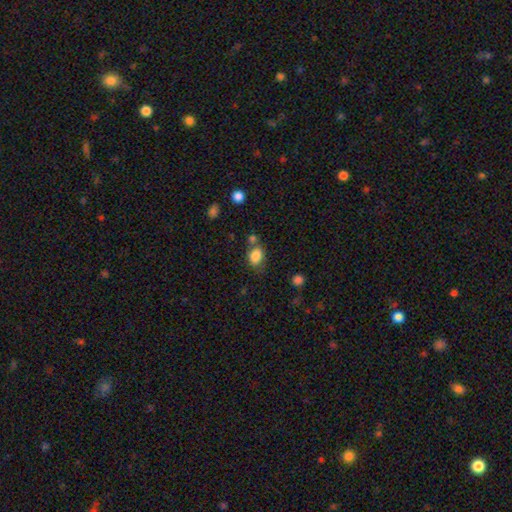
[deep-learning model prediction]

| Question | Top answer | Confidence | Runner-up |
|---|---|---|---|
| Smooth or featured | smooth | 84% | star or artifact (9%) |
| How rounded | in between | 62% | round (36%) |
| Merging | none | 59% | minor disturbance (19%) |